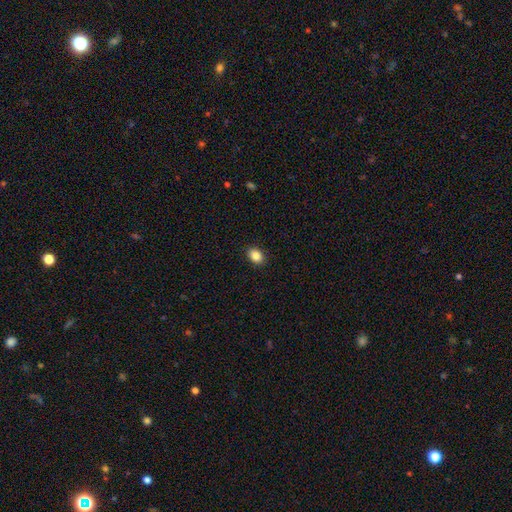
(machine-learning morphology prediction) type=smooth (87%); roundness=in between (76%); merging=none (91%).